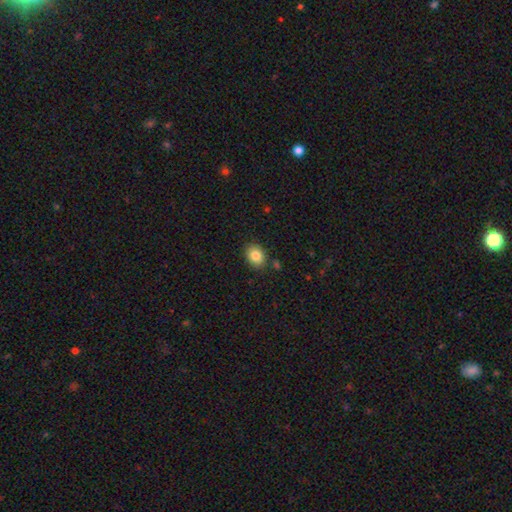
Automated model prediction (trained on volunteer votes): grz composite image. It shows a smooth galaxy with no disk features (85%) that is in between round and cigar-shaped (52%). Merging: none (86%).